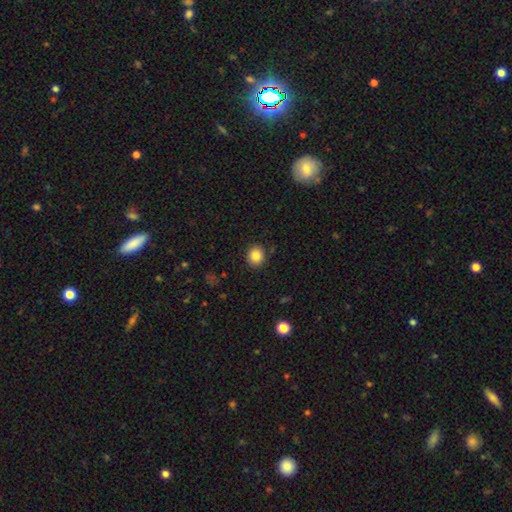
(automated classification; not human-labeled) Overall: smooth (85%). How rounded: round (77%). Merging: none (88%).